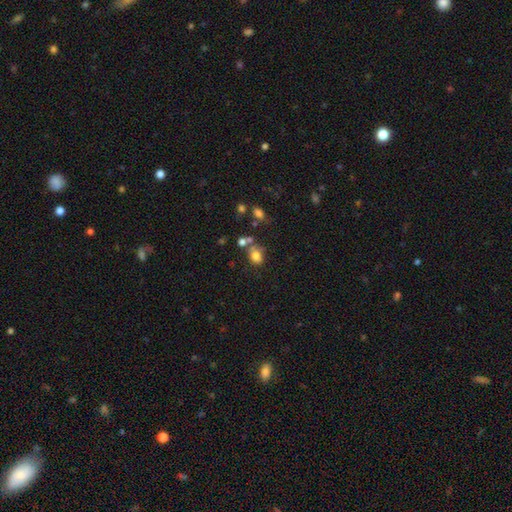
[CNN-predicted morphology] Smooth or featured: smooth — 74% (star or artifact — 14%)
How rounded: in between — 51% (round — 48%)
Merging: none — 49% (merger — 24%)